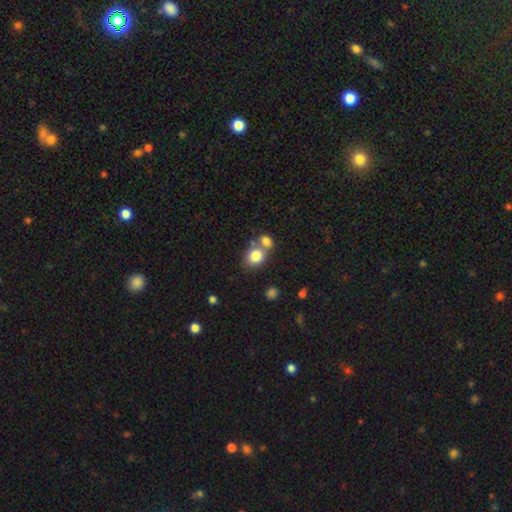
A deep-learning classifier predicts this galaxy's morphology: Smooth or featured: smooth — 81% (star or artifact — 10%)
How rounded: round — 56% (in between — 43%)
Merging: none — 45% (merger — 42%)